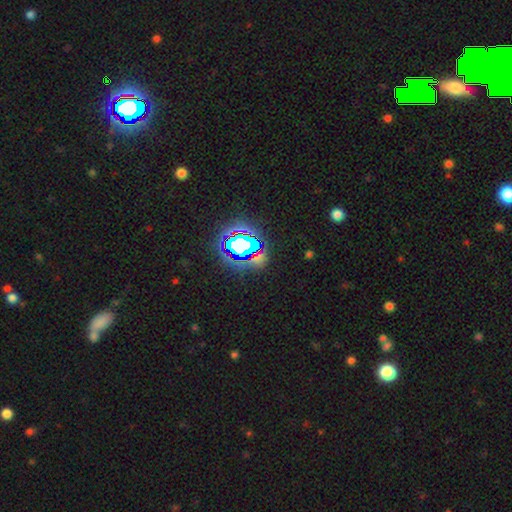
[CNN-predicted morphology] Smooth or featured: star or artifact — 68% (smooth — 19%)